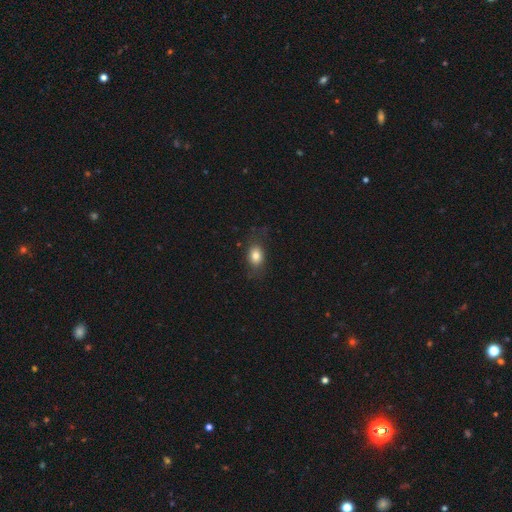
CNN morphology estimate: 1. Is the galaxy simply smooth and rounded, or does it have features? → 80% smooth, 11% featured or disk, 10% star or artifact.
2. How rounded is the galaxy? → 69% in between, 29% round, 2% cigar-shaped.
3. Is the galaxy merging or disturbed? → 72% none, 19% minor disturbance, 8% major disturbance, 1% merger.